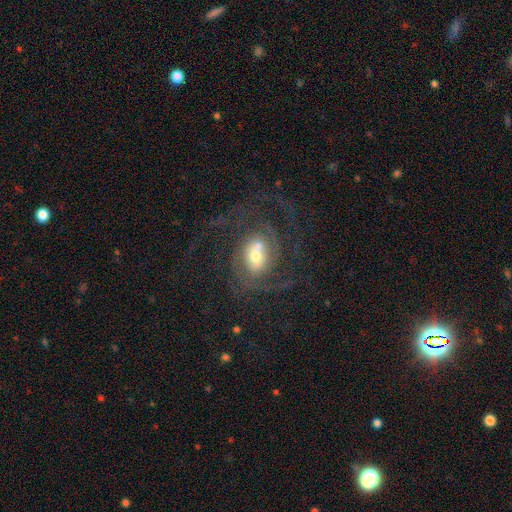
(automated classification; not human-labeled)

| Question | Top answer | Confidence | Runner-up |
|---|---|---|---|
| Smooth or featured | featured or disk | 79% | smooth (13%) |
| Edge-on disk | no | 97% | yes (3%) |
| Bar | no | 58% | weak (31%) |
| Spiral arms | yes | 91% | no (9%) |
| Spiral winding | medium | 42% | tight (32%) |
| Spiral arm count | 2 | 37% | can't tell (21%) |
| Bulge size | moderate | 58% | small (22%) |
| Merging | none | 51% | major disturbance (23%) |